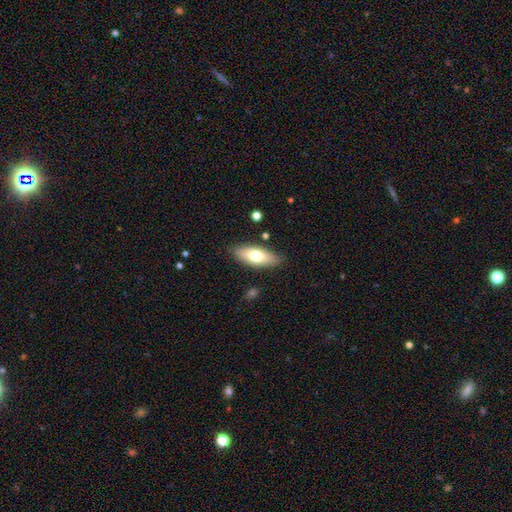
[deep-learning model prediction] Smooth or featured? smooth (70%)
How rounded? in between (73%)
Merging? none (85%)